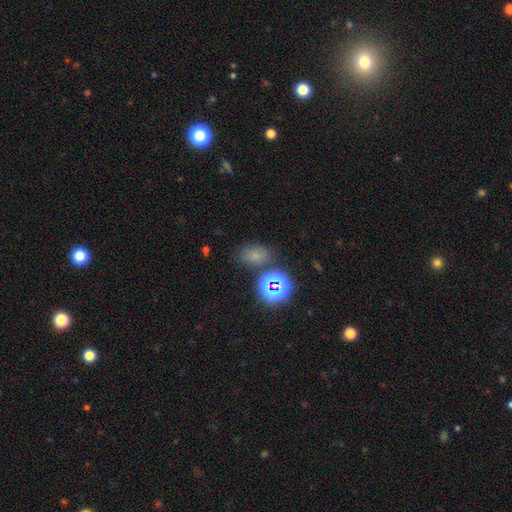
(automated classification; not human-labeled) This appears to be a smooth galaxy with no disk features (60%) that is in between round and cigar-shaped (73%). Merging: none (69%).